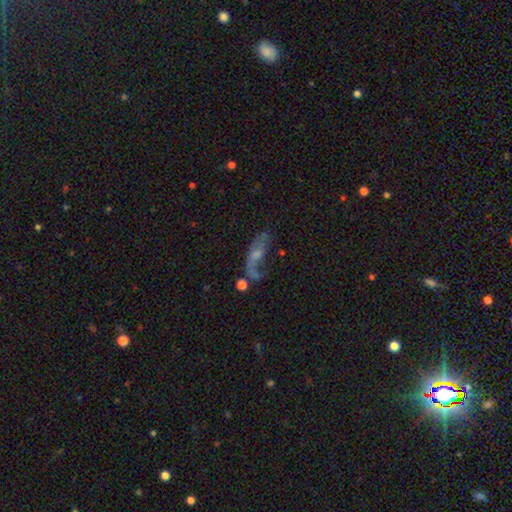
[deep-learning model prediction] This appears to be a featured or disk galaxy (62%) with no bar (63%), spiral arms (71%) and a small central bulge (50%). Merging: none (36%).